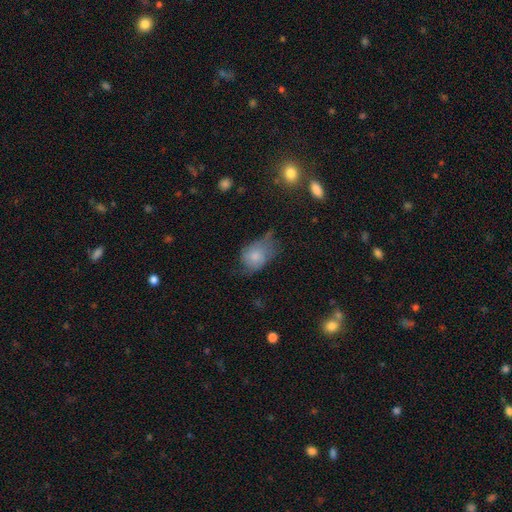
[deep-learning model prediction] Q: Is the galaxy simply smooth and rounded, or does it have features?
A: smooth — 67%.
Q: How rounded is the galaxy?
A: in between — 71%.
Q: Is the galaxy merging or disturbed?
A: minor disturbance — 38%.